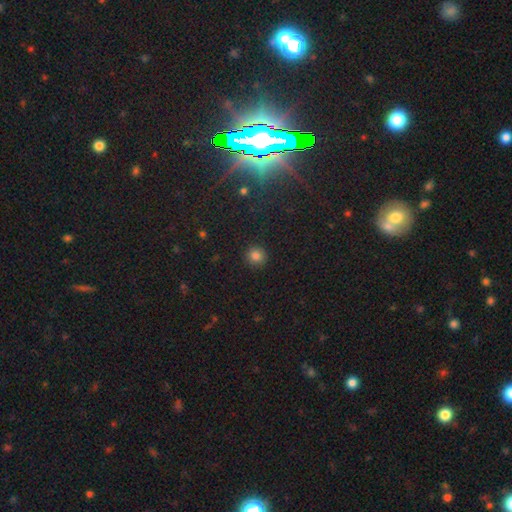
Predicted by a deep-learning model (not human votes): A smooth galaxy with no disk features (82%) that is round (93%). Merging: none (92%).